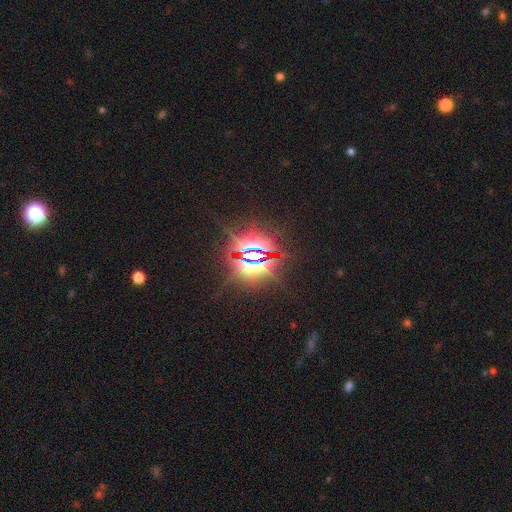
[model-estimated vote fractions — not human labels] smooth-or-featured: star or artifact: 84% | smooth: 8% | featured or disk: 8%